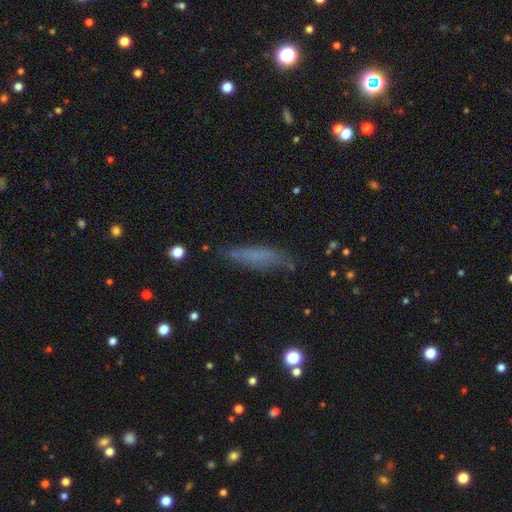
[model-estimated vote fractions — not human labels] The model was most divided on "smooth or featured": smooth: 64%, featured or disk: 24%, star or artifact: 12%. More confident: merging — none (74%); how rounded — cigar-shaped (73%).